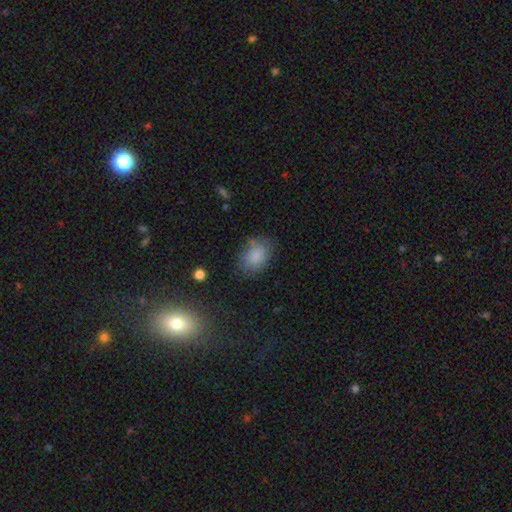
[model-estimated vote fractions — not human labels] Smooth or featured: smooth — 83% (star or artifact — 9%)
How rounded: in between — 73% (round — 26%)
Merging: none — 67% (minor disturbance — 22%)